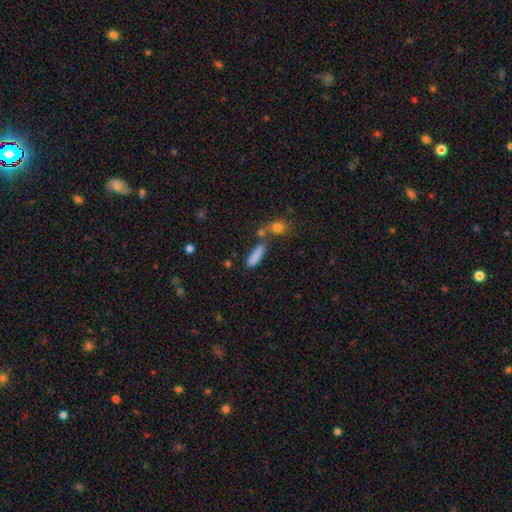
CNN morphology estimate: A smooth galaxy with no disk features (83%) that is cigar-shaped (59%). Merging: none (63%).